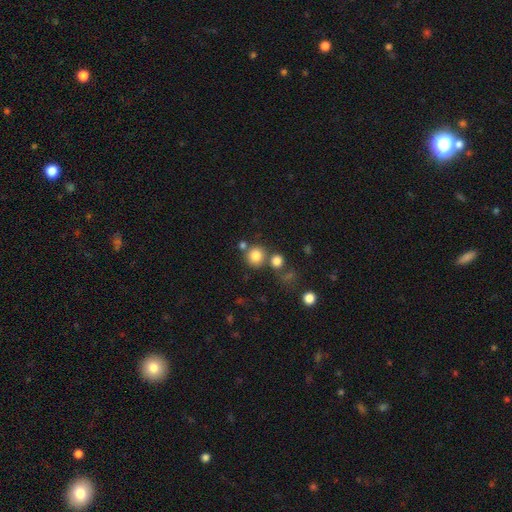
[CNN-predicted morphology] smooth_or_featured: smooth (p=0.81) [alt: star or artifact p=0.12]
how_rounded: round (p=0.89) [alt: in between p=0.11]
merging: none (p=0.70) [alt: merger p=0.17]